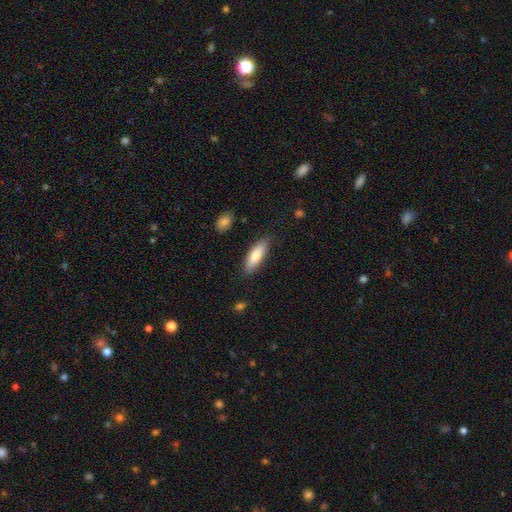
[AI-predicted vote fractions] smooth 77%, featured or disk 18%, star or artifact 6%. Down the decision tree: how rounded — in between (53%); merging — none (86%).